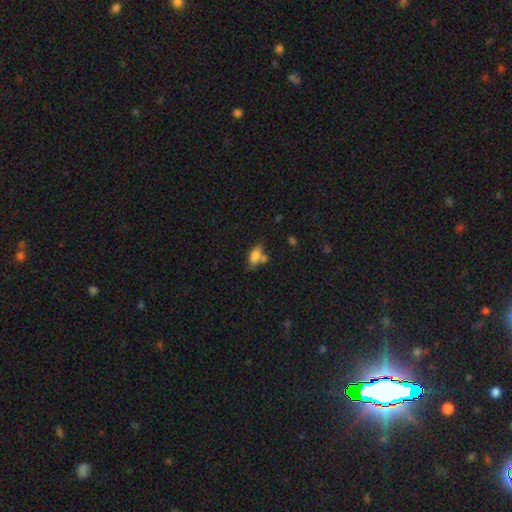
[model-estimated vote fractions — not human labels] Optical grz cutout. It shows a smooth galaxy with no disk features (77%) that is in between round and cigar-shaped (85%). Merging: none (48%).